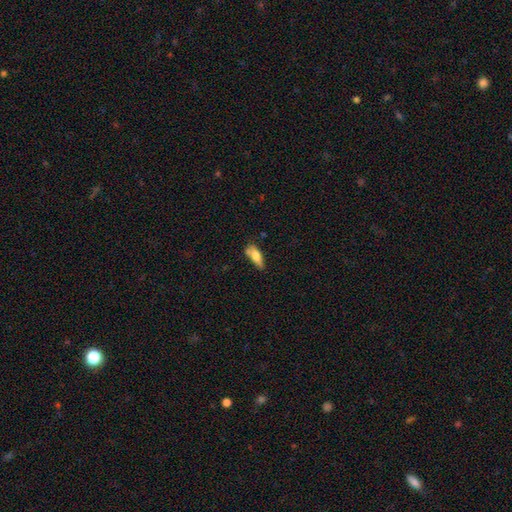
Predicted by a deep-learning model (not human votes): This appears to be a smooth galaxy with no disk features (68%) that is in between round and cigar-shaped (69%). Merging: none (48%).